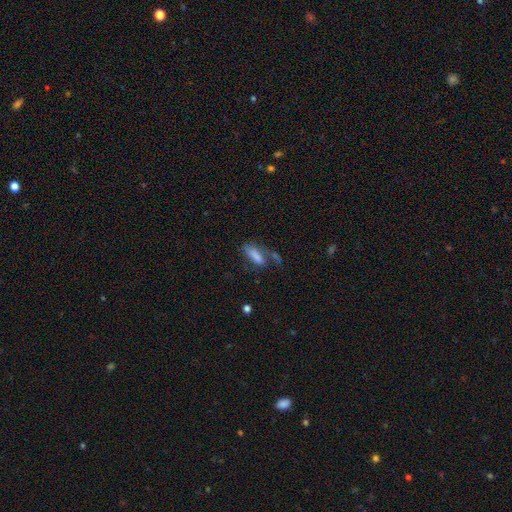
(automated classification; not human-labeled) Smooth or featured? Predicted: smooth (p=0.68). How rounded? Predicted: in between (p=0.61). Merging? Predicted: none (p=0.34).